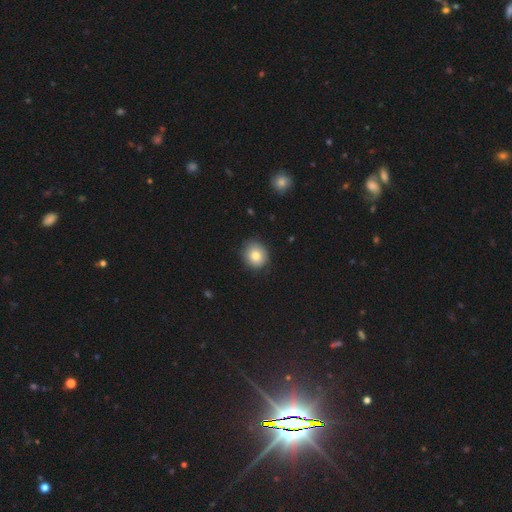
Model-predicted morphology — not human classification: This appears to be a smooth galaxy with no disk features (80%) that is round (82%). Merging: none (84%).